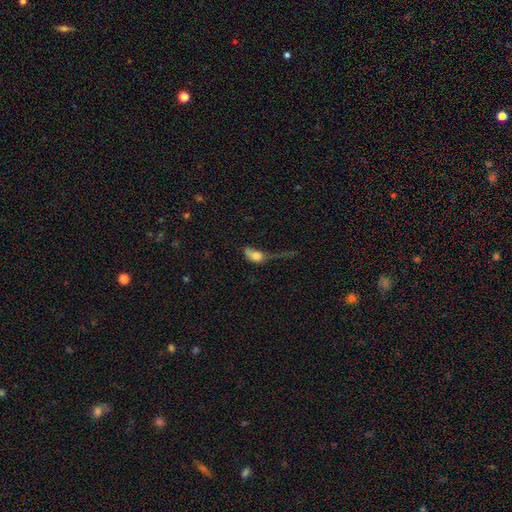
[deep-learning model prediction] Morphology: type=smooth (68%); roundness=in between (77%); merging=major disturbance (57%).